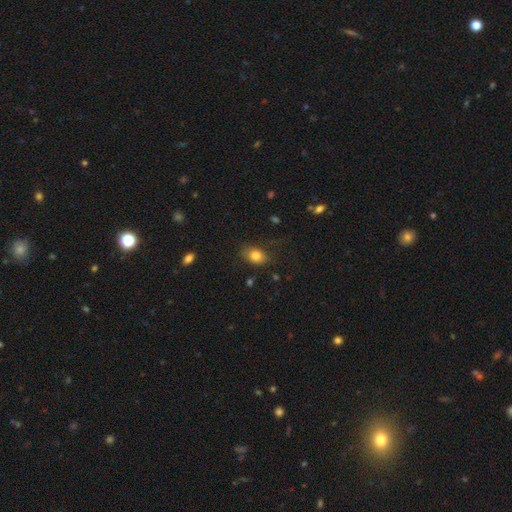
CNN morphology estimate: smooth-or-featured: smooth: 81% | star or artifact: 10% | featured or disk: 9%
  how-rounded: in between: 77% | round: 21% | cigar-shaped: 2%
  merging: none: 74% | minor disturbance: 19% | major disturbance: 6% | merger: 2%